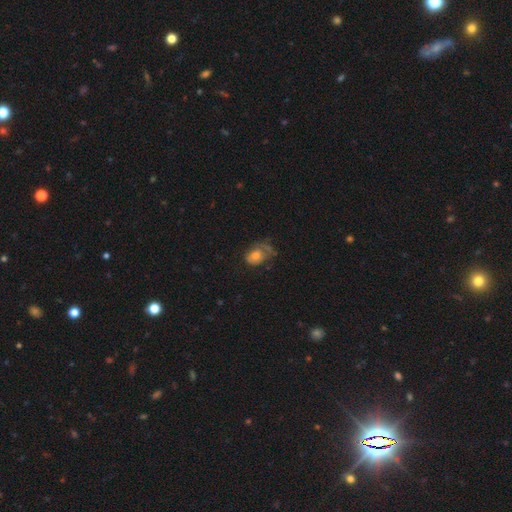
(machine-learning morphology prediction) smooth-or-featured: featured or disk: 46% | smooth: 45% | star or artifact: 9%
  merging: none: 38% | major disturbance: 30% | minor disturbance: 29% | merger: 3%